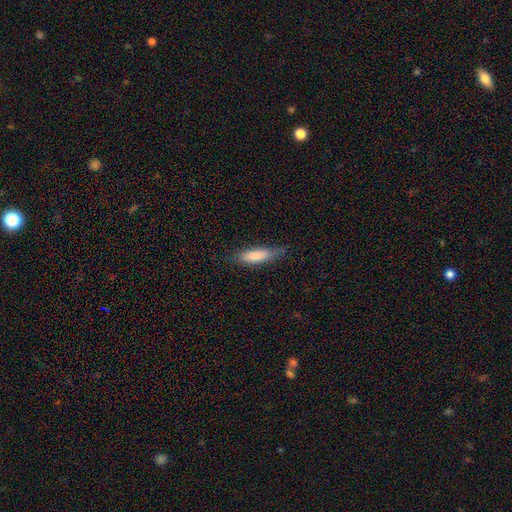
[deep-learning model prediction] smooth 80%, featured or disk 14%, star or artifact 6%. Down the decision tree: how rounded — cigar-shaped (60%); merging — none (74%).